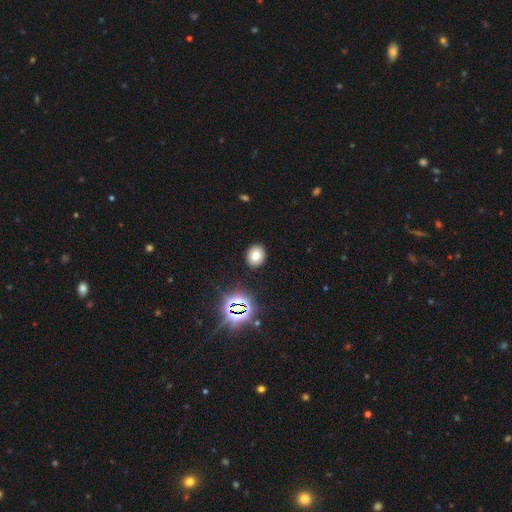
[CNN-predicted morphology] A smooth galaxy with no disk features (76%) that is round (55%). Merging: none (89%).